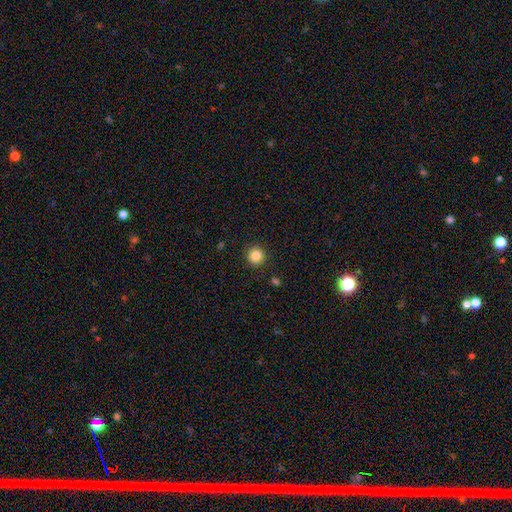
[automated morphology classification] smooth_or_featured: smooth (p=0.86) [alt: star or artifact p=0.10]
how_rounded: round (p=0.94) [alt: in between p=0.05]
merging: none (p=0.91) [alt: minor disturbance p=0.05]